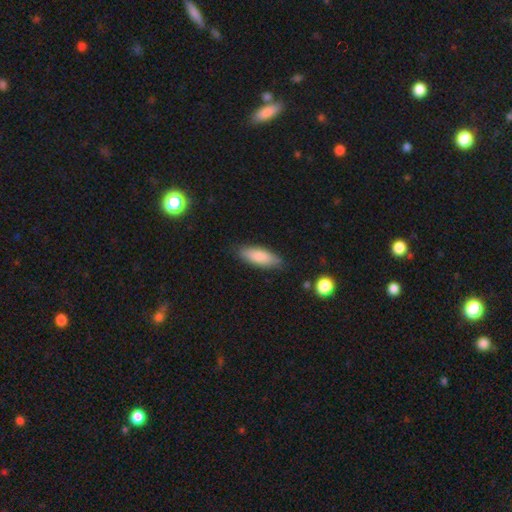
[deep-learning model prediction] Smooth or featured: smooth — 82% (featured or disk — 12%)
How rounded: in between — 58% (cigar-shaped — 40%)
Merging: none — 85% (minor disturbance — 11%)